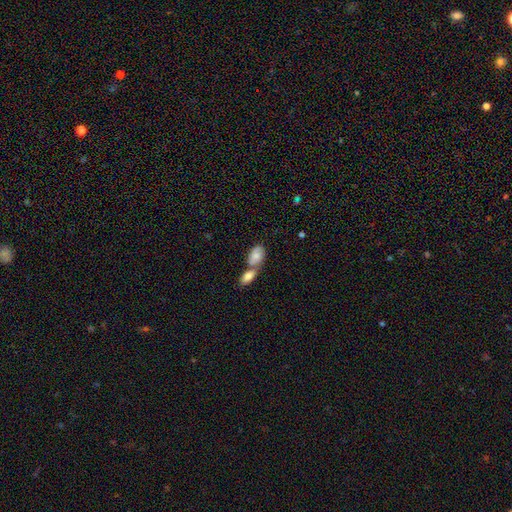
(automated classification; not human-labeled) Overall: smooth (77%). How rounded: in between (90%). Merging: merger (60%; none 28%).